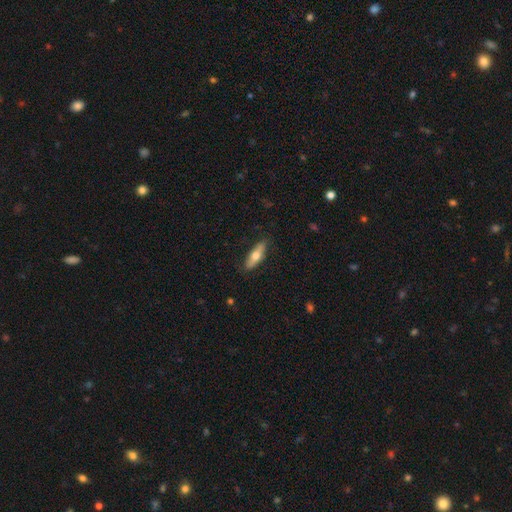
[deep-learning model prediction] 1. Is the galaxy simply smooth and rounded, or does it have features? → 59% smooth, 36% featured or disk, 6% star or artifact.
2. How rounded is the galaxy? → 50% cigar-shaped, 47% in between, 3% round.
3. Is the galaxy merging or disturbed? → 85% none, 12% minor disturbance, 2% major disturbance, 1% merger.